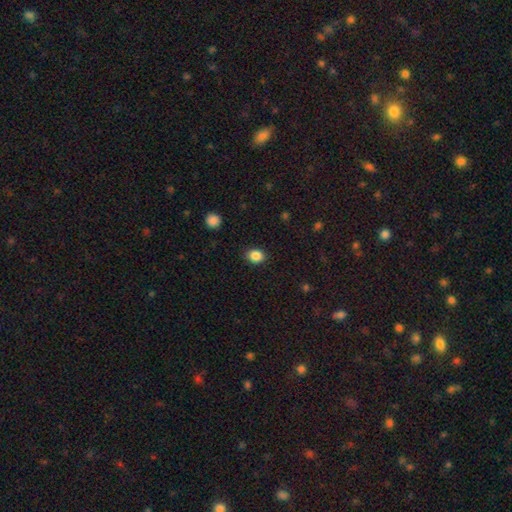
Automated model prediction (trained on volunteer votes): Smooth or featured? smooth (86%)
How rounded? round (51%)
Merging? none (87%)